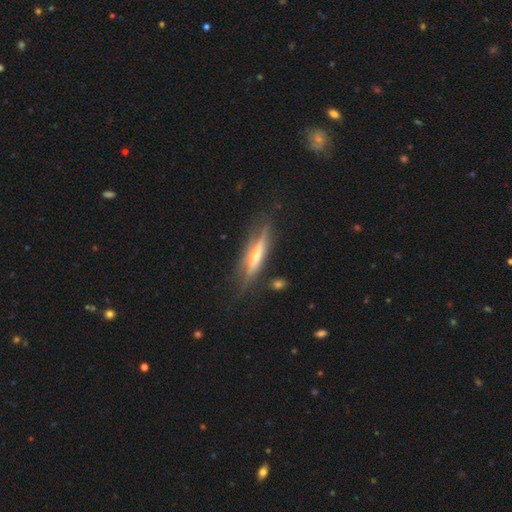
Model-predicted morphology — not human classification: A featured or disk galaxy (65%) viewed edge-on (89%) with a rounded central bulge (77%). Merging: none (74%).